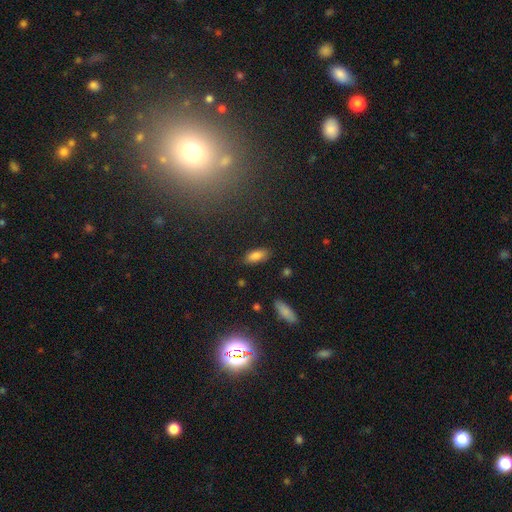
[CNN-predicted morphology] A smooth galaxy with no disk features (84%) that is in between round and cigar-shaped (84%). Merging: none (81%).